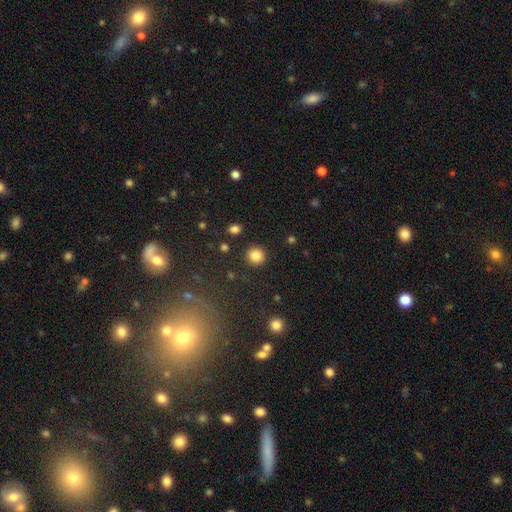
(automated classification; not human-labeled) Q: Smooth or featured?
A: smooth (85%); runner-up: star or artifact (11%)
Q: How rounded?
A: round (93%); runner-up: in between (6%)
Q: Merging?
A: none (91%); runner-up: minor disturbance (5%)